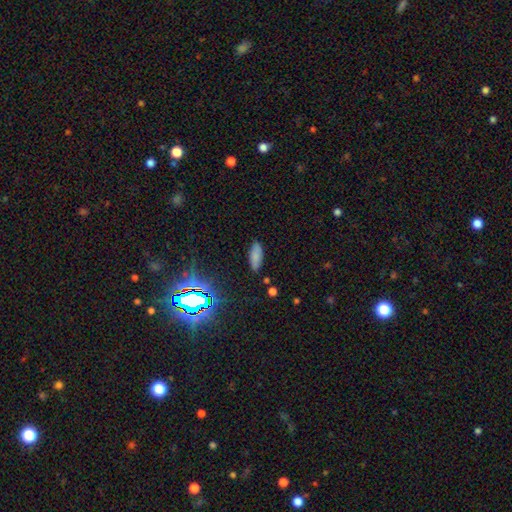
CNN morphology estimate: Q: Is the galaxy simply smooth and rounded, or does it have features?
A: smooth — 78%.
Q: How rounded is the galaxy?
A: in between — 75%.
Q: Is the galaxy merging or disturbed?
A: none — 85%.